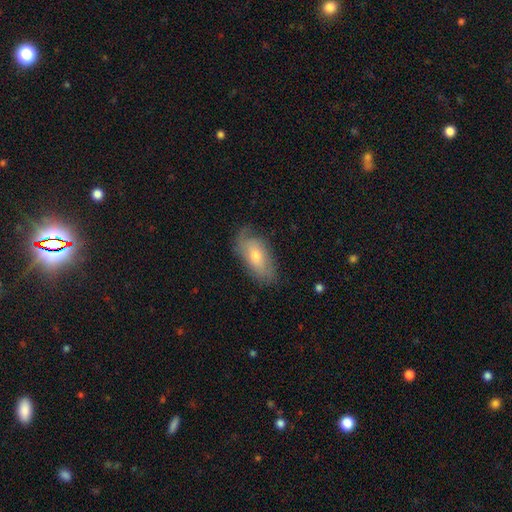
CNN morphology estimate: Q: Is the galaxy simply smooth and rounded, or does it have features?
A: smooth — 49%.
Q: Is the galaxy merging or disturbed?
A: none — 67%.